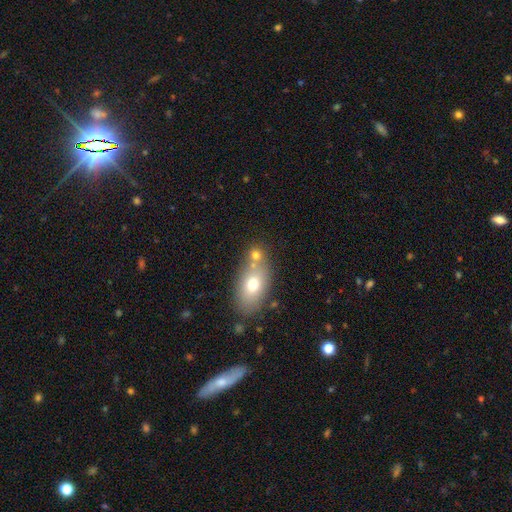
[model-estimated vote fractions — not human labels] Smooth or featured? smooth (70%)
How rounded? in between (56%)
Merging? none (49%)